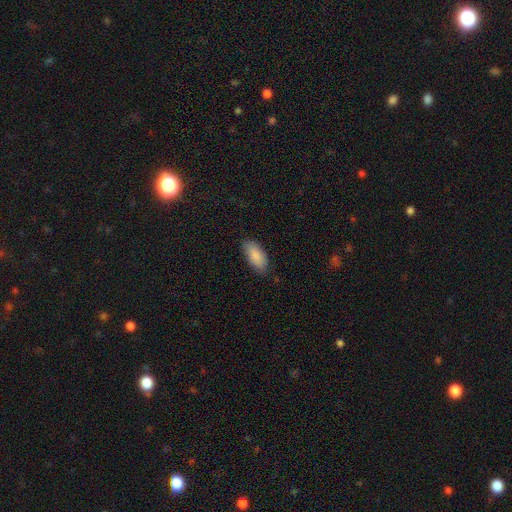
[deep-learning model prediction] Smooth or featured? Predicted: smooth (p=0.88). How rounded? Predicted: in between (p=0.89). Merging? Predicted: none (p=0.82).